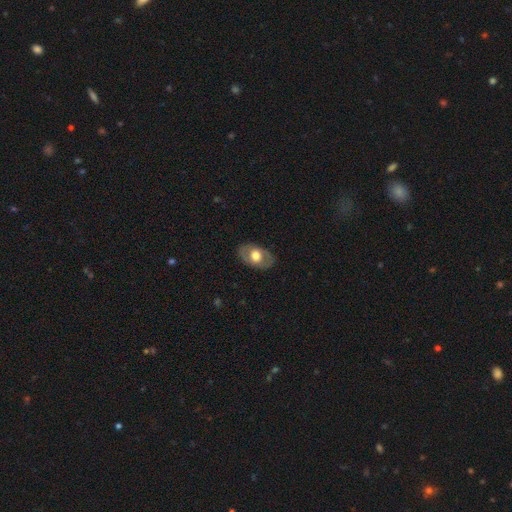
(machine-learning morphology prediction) Smooth or featured: smooth — 49% (featured or disk — 45%)
Merging: none — 82% (minor disturbance — 13%)